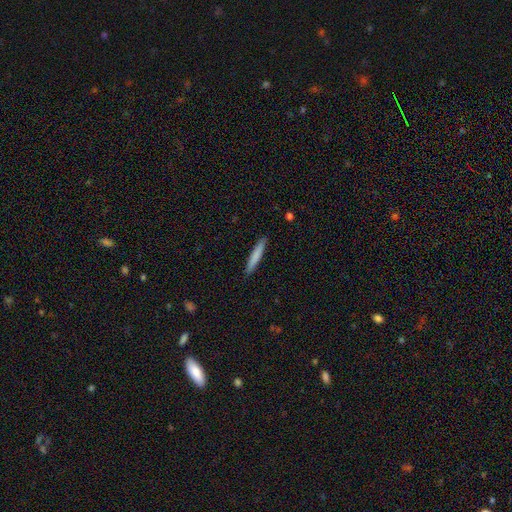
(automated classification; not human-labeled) This is likely a smooth galaxy (78%). How rounded: clearly cigar-shaped (95%). Merging: clearly none (91%).